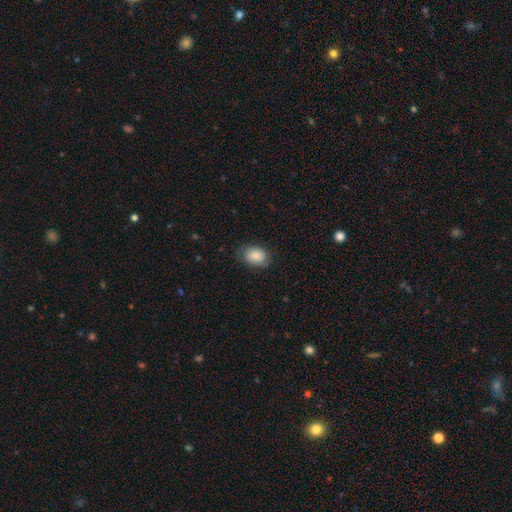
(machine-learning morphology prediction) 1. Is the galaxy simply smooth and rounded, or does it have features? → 86% smooth, 7% star or artifact, 7% featured or disk.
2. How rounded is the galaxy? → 74% in between, 25% round, 1% cigar-shaped.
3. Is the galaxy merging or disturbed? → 74% none, 20% minor disturbance, 5% major disturbance, 1% merger.